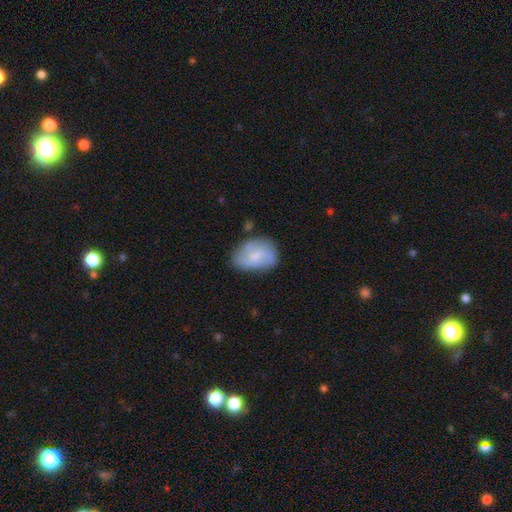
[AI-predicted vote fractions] This is likely a smooth galaxy (62%). How rounded: clearly in between (84%). Merging: possibly none (57%).